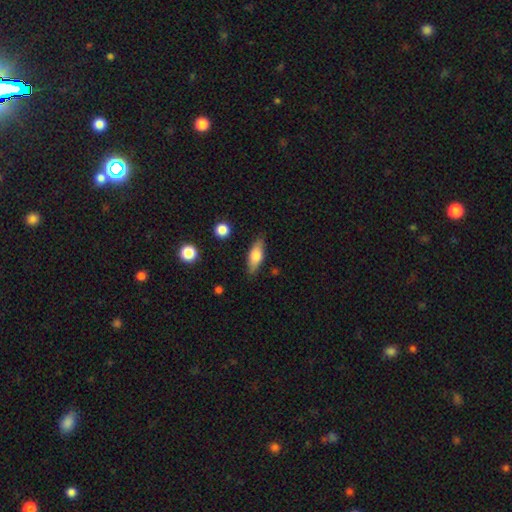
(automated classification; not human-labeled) Smooth or featured? Predicted: smooth (p=0.69). How rounded? Predicted: in between (p=0.69). Merging? Predicted: none (p=0.82).